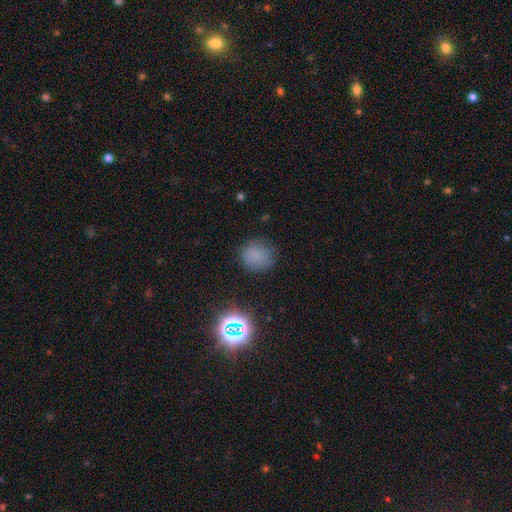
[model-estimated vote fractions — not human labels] Smooth or featured?
  - smooth: 69% *
  - star or artifact: 22%
  - featured or disk: 8%
How rounded?
  - round: 79% *
  - in between: 20%
  - cigar-shaped: 1%
Merging?
  - none: 75% *
  - minor disturbance: 17%
  - major disturbance: 6%
  - merger: 2%